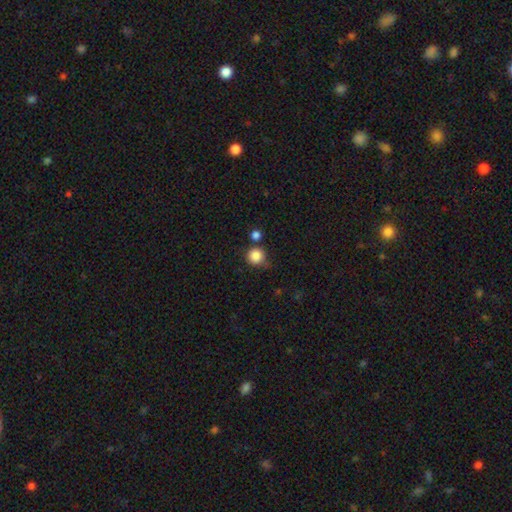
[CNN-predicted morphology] This is clearly a smooth galaxy (85%). How rounded: clearly round (93%). Merging: likely none (72%).